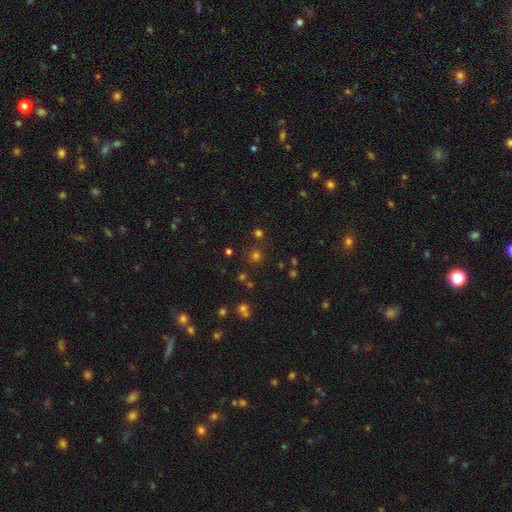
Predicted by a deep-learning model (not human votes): This is likely a smooth galaxy (64%). How rounded: clearly round (94%). Merging: clearly none (83%).